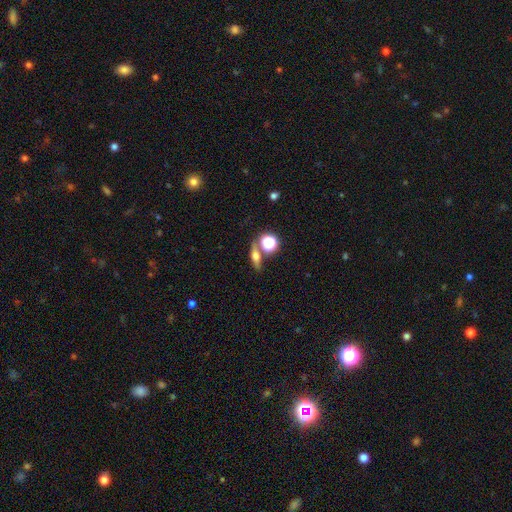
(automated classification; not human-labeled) Smooth or featured? Predicted: smooth (p=0.44). Merging? Predicted: none (p=0.71).